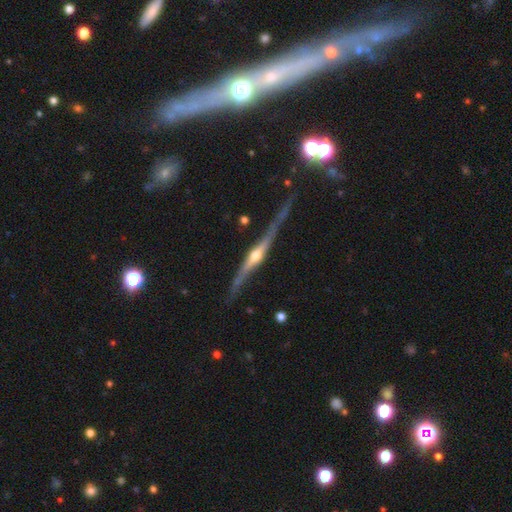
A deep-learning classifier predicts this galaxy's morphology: This is clearly a featured or disk galaxy (86%). It is clearly viewed edge-on (97%). Edge-on bulge: clearly rounded (92%). Merging: likely none (72%).